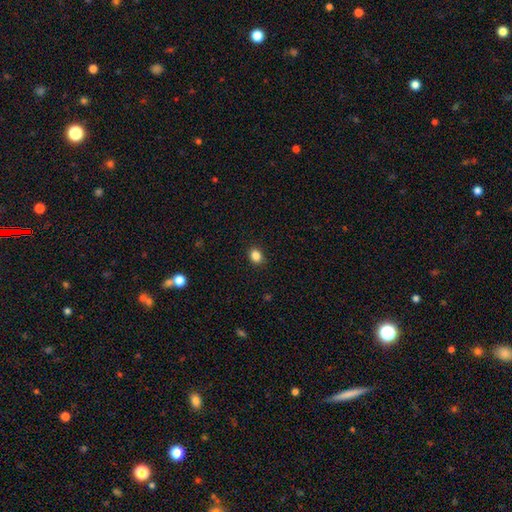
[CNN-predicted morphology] Overall: smooth (86%). How rounded: in between (57%; round 42%). Merging: none (90%).